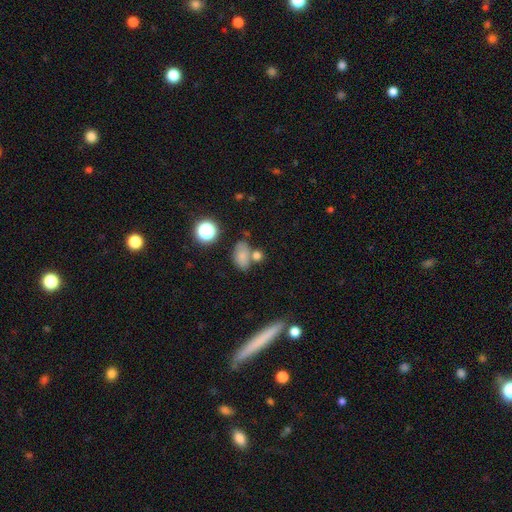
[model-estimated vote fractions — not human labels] Morphology: type=smooth (73%); roundness=in between (76%); merging=none (56%).